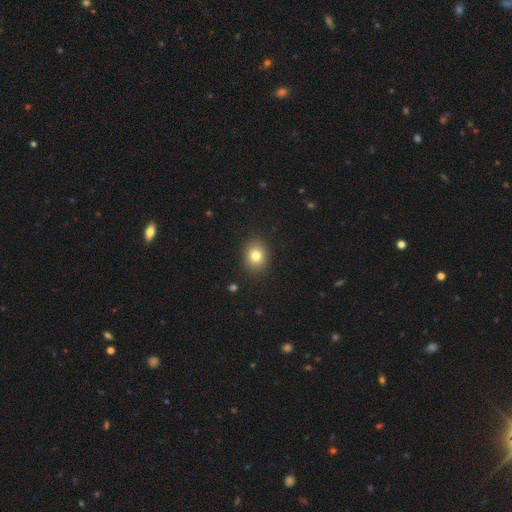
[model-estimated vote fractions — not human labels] smooth 81%, star or artifact 11%, featured or disk 9%. Down the decision tree: how rounded — round (55%); merging — none (88%).